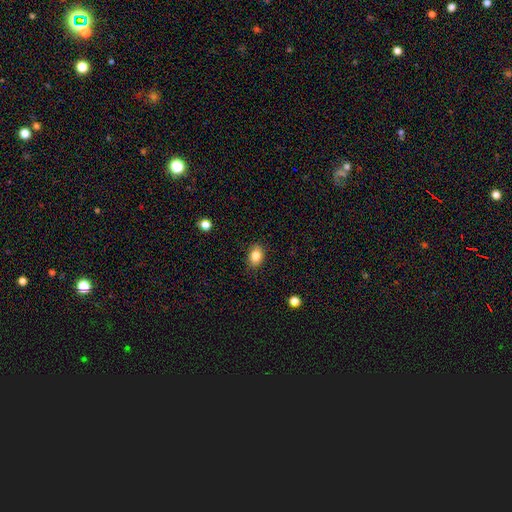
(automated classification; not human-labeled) smooth 84%, star or artifact 9%, featured or disk 7%. Down the decision tree: how rounded — in between (79%); merging — none (86%).